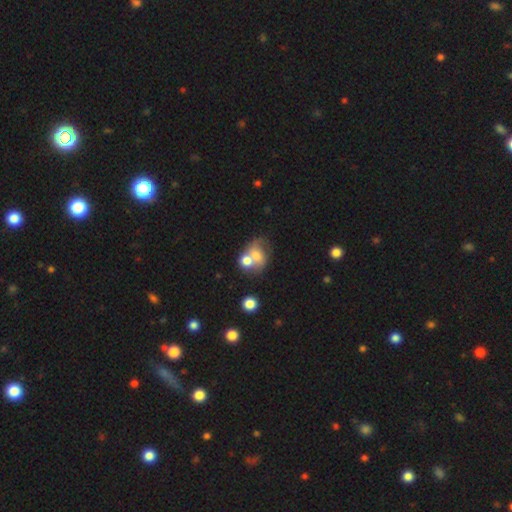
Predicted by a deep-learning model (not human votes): A smooth galaxy with no disk features (50%). Merging: merger (54%).